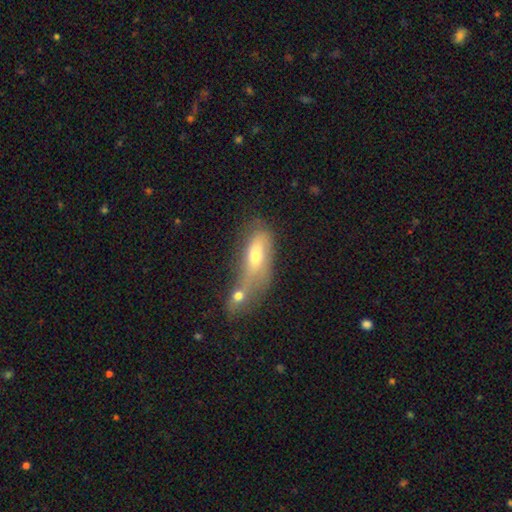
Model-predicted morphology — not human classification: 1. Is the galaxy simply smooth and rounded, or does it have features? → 63% smooth, 29% featured or disk, 8% star or artifact.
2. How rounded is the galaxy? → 74% in between, 21% cigar-shaped, 5% round.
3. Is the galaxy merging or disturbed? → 58% merger, 22% none, 11% minor disturbance, 9% major disturbance.